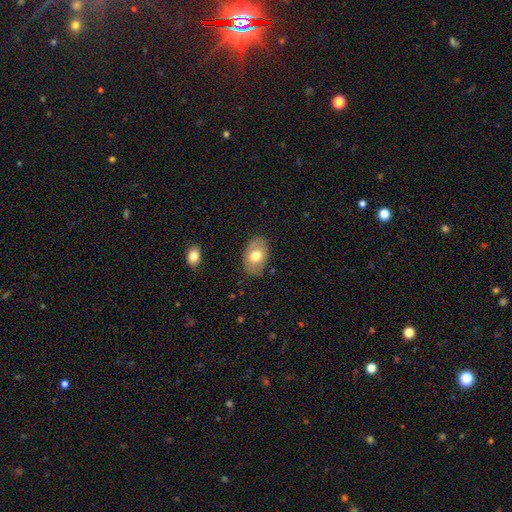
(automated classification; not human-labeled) Smooth or featured: smooth — 69% (featured or disk — 24%)
How rounded: in between — 83% (round — 16%)
Merging: none — 81% (minor disturbance — 14%)